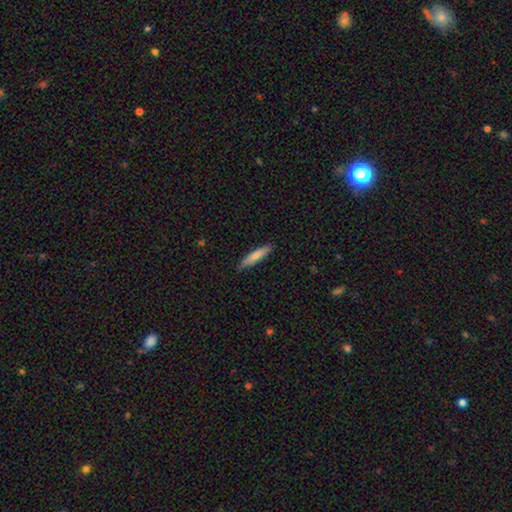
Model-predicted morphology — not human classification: type=smooth (77%); roundness=cigar-shaped (87%); merging=none (86%).